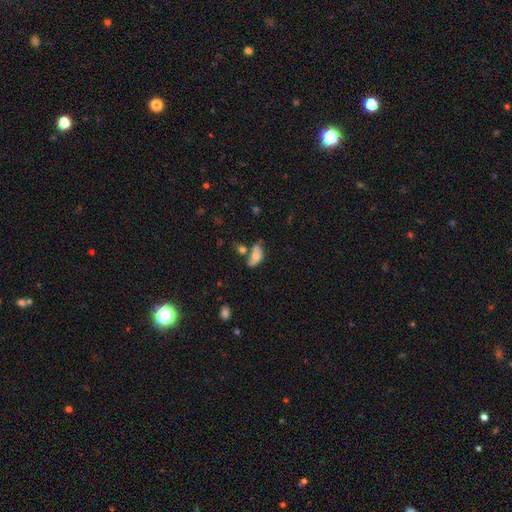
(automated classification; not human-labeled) Morphology: type=smooth (62%); roundness=in between (88%); merging=none (33%).